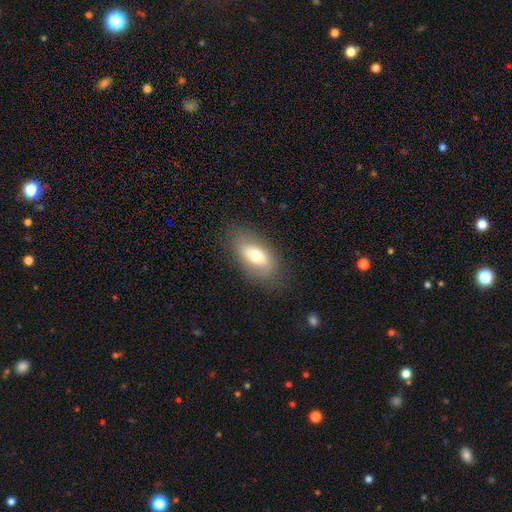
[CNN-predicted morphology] Overall: smooth (66%; featured or disk 27%). How rounded: in between (89%). Merging: none (79%).